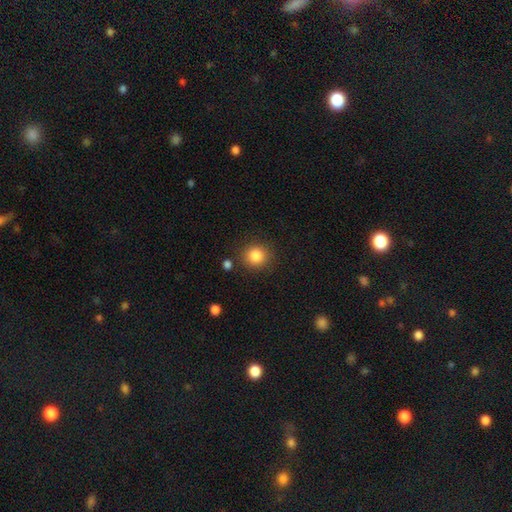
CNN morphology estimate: Overall: smooth (85%). How rounded: round (89%). Merging: none (86%).